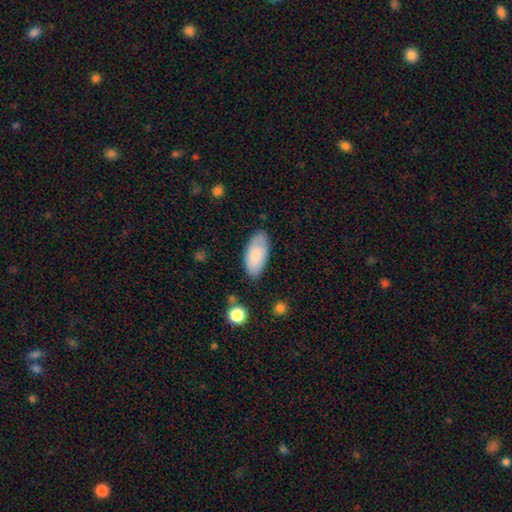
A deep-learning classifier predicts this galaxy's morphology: Smooth or featured? Predicted: smooth (p=0.80). How rounded? Predicted: in between (p=0.93). Merging? Predicted: none (p=0.77).